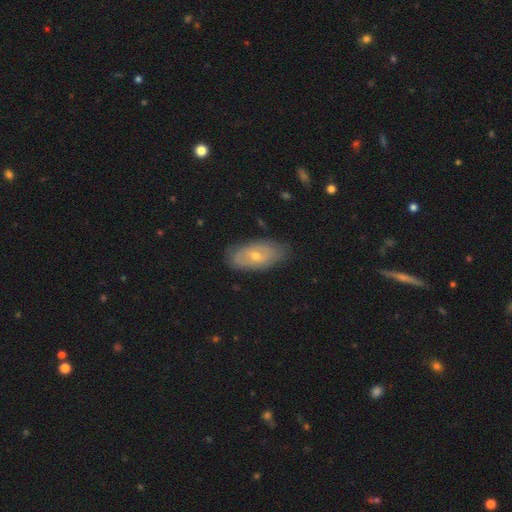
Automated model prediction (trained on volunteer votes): Overall: featured or disk (56%; smooth 36%). Edge-on disk: no (87%). Merging: none (77%).